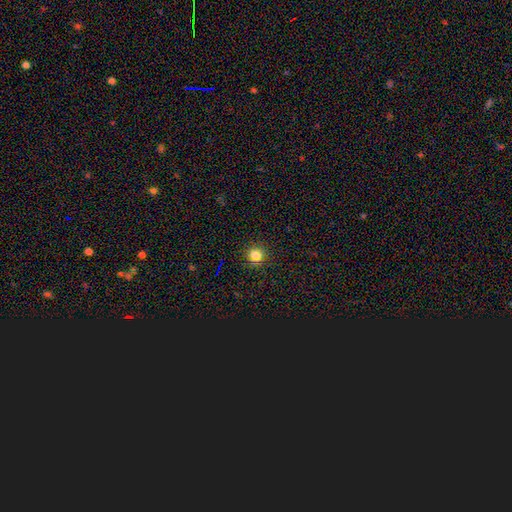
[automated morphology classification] A smooth galaxy with no disk features (81%) that is round (91%).

Vote fractions:
- Smooth or featured? smooth: 81% / star or artifact: 14% / featured or disk: 5%
- How rounded? round: 91% / in between: 8% / cigar-shaped: 1%
- Merging? none: 91% / minor disturbance: 6% / major disturbance: 2% / merger: 1%